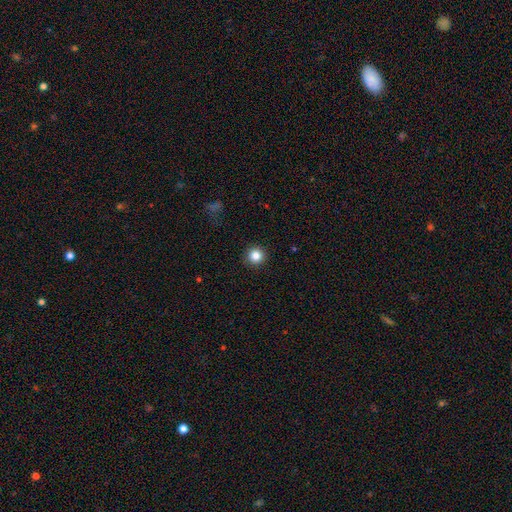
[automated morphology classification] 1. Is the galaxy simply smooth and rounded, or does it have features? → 83% smooth, 11% star or artifact, 5% featured or disk.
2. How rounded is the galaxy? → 96% round, 3% in between, 1% cigar-shaped.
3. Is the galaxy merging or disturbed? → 92% none, 5% minor disturbance, 2% major disturbance, 1% merger.